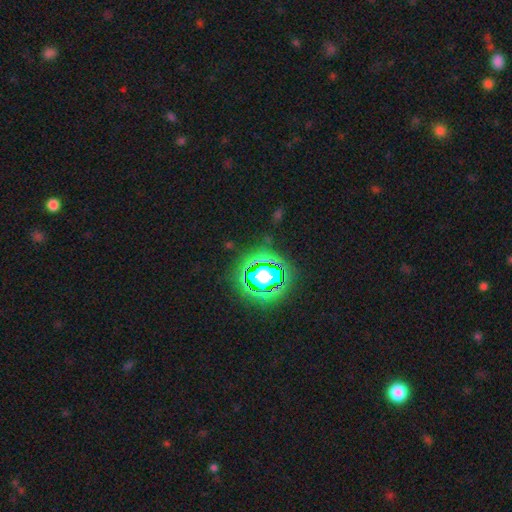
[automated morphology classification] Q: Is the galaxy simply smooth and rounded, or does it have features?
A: star or artifact — 83%.